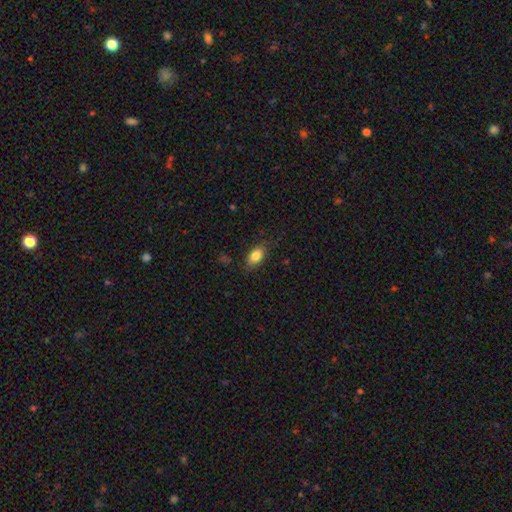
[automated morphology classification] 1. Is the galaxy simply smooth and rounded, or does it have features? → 82% smooth, 10% featured or disk, 8% star or artifact.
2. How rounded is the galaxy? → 85% in between, 11% round, 4% cigar-shaped.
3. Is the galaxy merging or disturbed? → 79% none, 16% minor disturbance, 4% major disturbance, 1% merger.